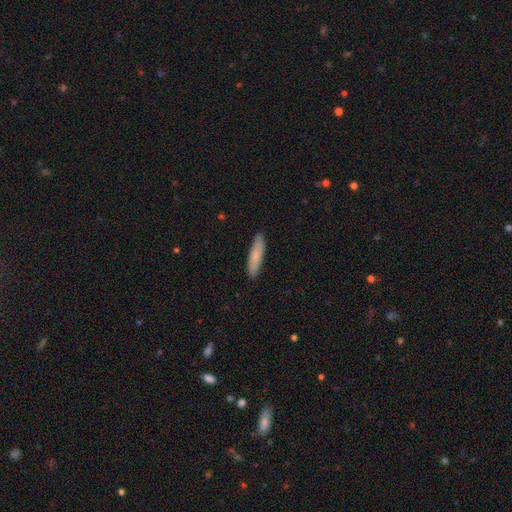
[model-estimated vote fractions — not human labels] Smooth or featured? Predicted: smooth (p=0.80). How rounded? Predicted: cigar-shaped (p=0.80). Merging? Predicted: none (p=0.89).